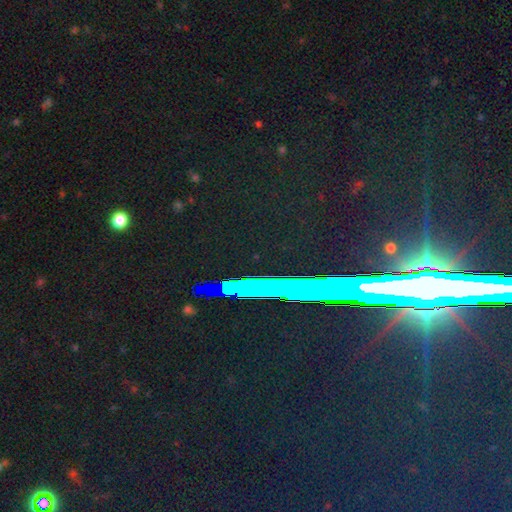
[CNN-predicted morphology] A star or artifact, not a galaxy (79%).

Vote fractions:
- Smooth or featured? star or artifact: 79% / featured or disk: 11% / smooth: 10%